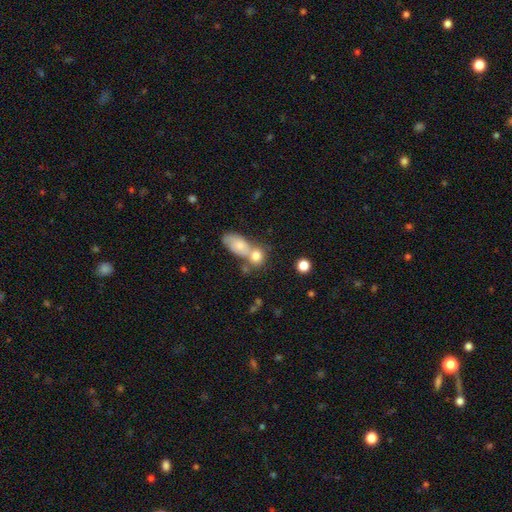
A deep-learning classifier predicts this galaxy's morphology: Q: Smooth or featured?
A: smooth (77%); runner-up: featured or disk (14%)
Q: How rounded?
A: round (52%); runner-up: in between (45%)
Q: Merging?
A: merger (54%); runner-up: none (34%)